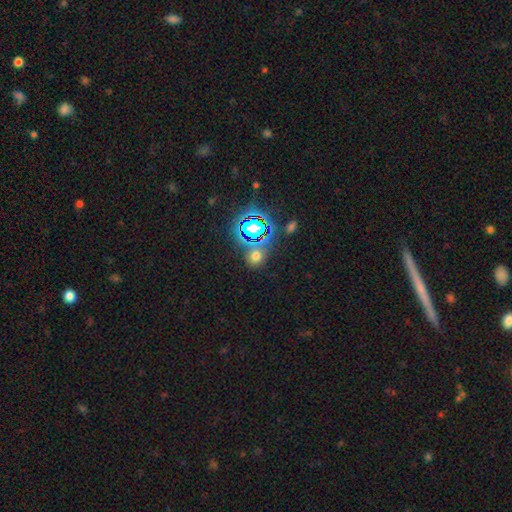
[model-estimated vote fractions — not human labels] Q: Smooth or featured?
A: smooth (53%); runner-up: star or artifact (39%)
Q: How rounded?
A: round (78%); runner-up: in between (21%)
Q: Merging?
A: none (73%); runner-up: merger (11%)